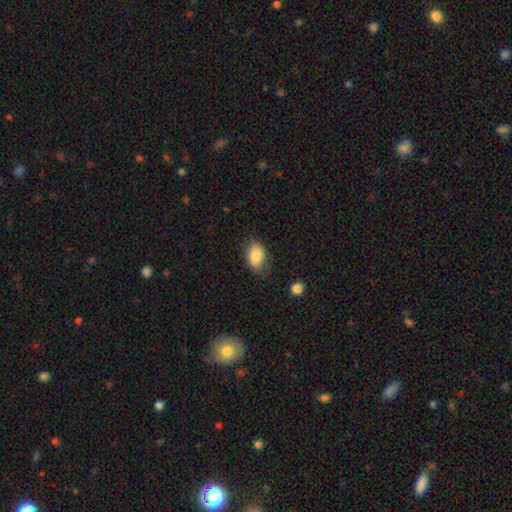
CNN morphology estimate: A smooth galaxy with no disk features (86%) that is in between round and cigar-shaped (85%).

Vote fractions:
- Smooth or featured? smooth: 86% / star or artifact: 8% / featured or disk: 7%
- How rounded? in between: 85% / round: 13% / cigar-shaped: 1%
- Merging? none: 73% / minor disturbance: 21% / major disturbance: 5% / merger: 2%